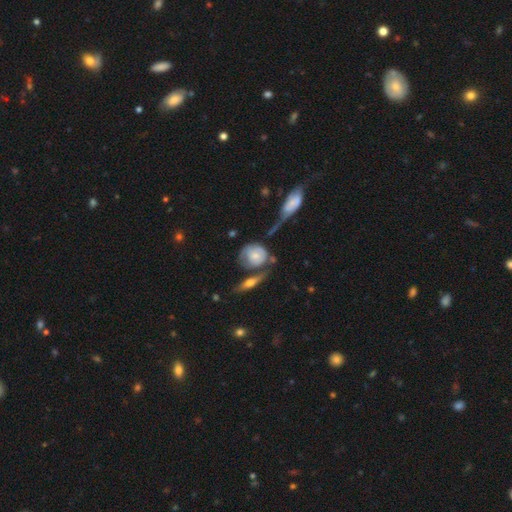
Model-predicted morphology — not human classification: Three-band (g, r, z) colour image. It shows a smooth galaxy with no disk features (58%) that is round (67%). Merging: none (34%).